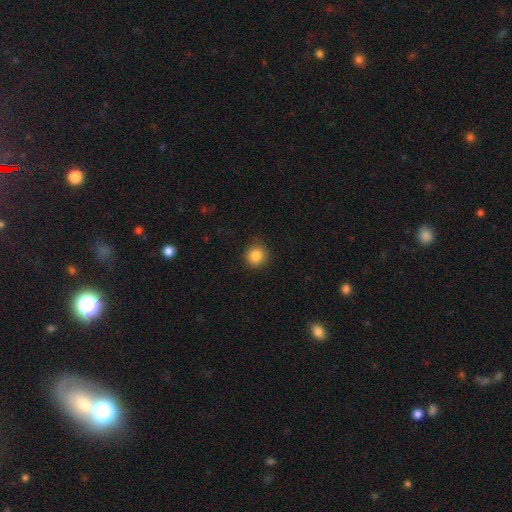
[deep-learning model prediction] This appears to be a smooth galaxy with no disk features (85%) that is round (92%). Merging: none (88%).